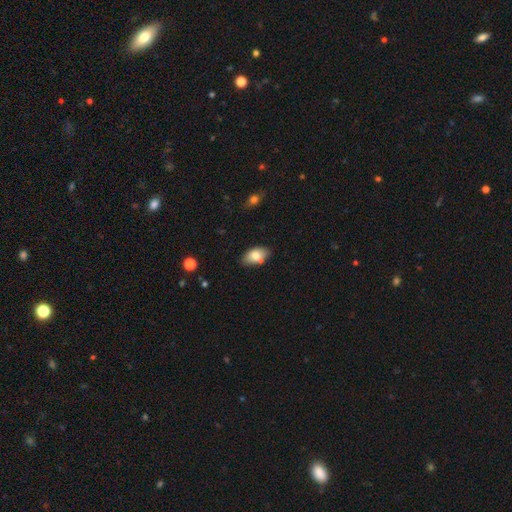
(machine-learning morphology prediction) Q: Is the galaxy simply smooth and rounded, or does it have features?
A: smooth — 77%.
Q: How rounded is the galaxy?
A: in between — 91%.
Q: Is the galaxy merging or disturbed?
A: none — 71%.